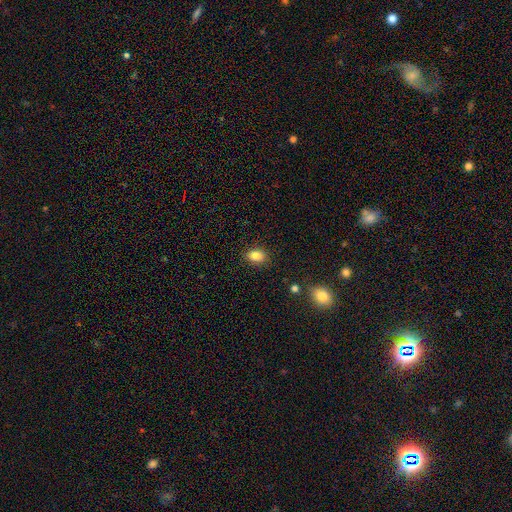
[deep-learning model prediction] smooth 83%, star or artifact 10%, featured or disk 6%. Down the decision tree: how rounded — in between (70%); merging — none (87%).